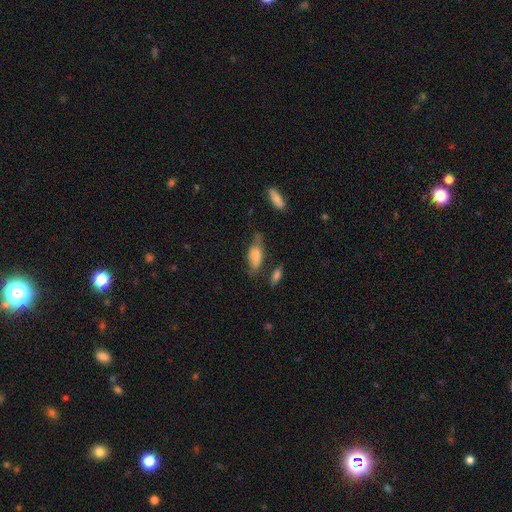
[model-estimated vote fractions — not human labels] This is likely a smooth galaxy (71%). How rounded: likely in between (79%). Merging: possibly none (46%).